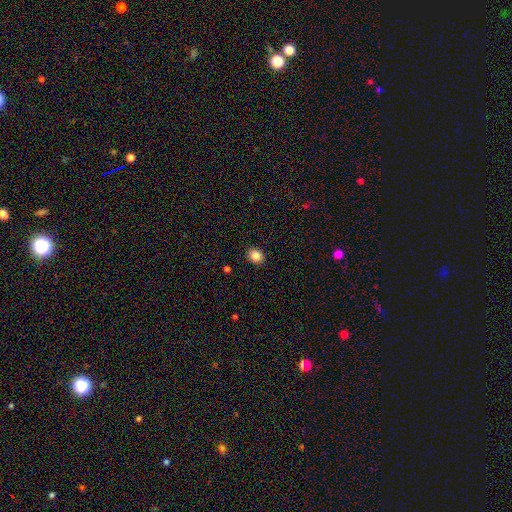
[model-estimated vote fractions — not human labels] A smooth galaxy with no disk features (85%) that is round (65%). Merging: none (91%).